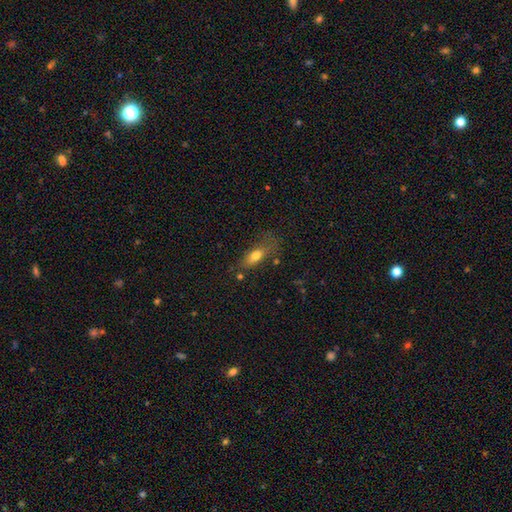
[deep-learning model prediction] Smooth or featured? Predicted: smooth (p=0.73). How rounded? Predicted: in between (p=0.75). Merging? Predicted: none (p=0.51).